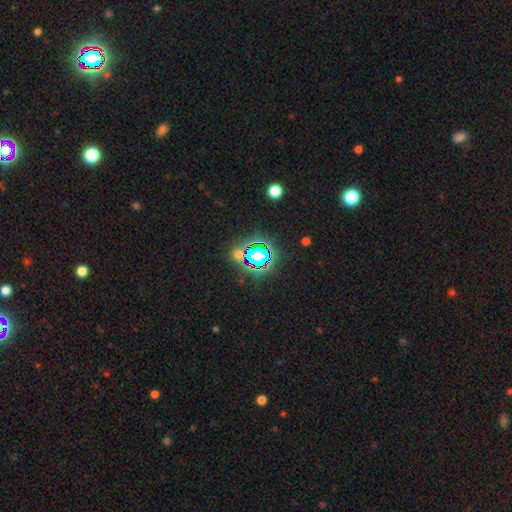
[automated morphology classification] star or artifact 66%, smooth 22%, featured or disk 12%.